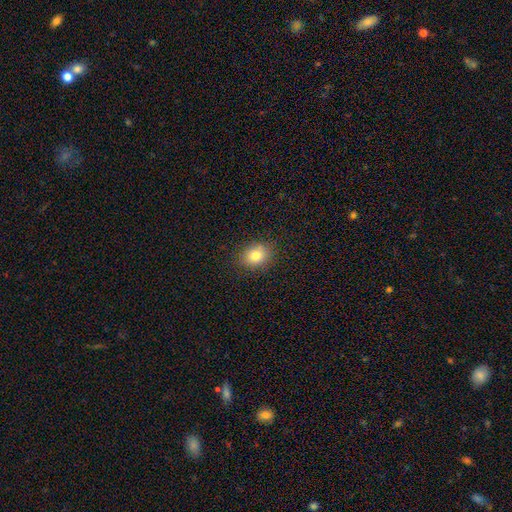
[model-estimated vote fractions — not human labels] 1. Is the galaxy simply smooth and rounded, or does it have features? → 81% smooth, 11% star or artifact, 8% featured or disk.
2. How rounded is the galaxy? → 50% in between, 49% round, 1% cigar-shaped.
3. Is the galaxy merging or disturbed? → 86% none, 10% minor disturbance, 3% major disturbance, 1% merger.